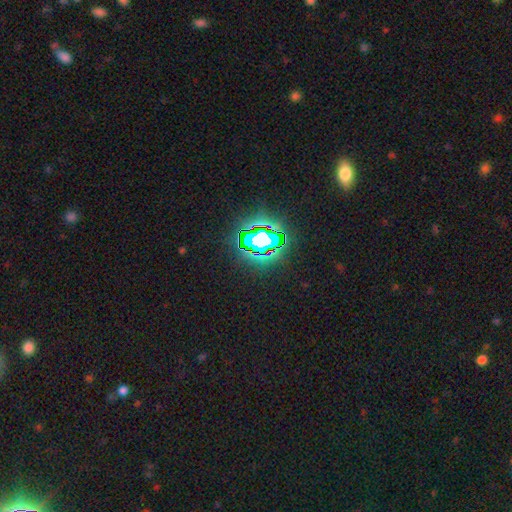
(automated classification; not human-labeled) This appears to be a star or artifact, not a galaxy (80%).